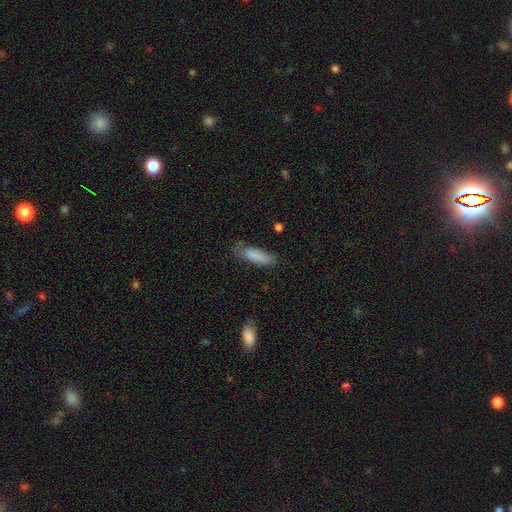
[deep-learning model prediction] Q: Smooth or featured?
A: smooth (85%); runner-up: featured or disk (8%)
Q: How rounded?
A: cigar-shaped (50%); runner-up: in between (48%)
Q: Merging?
A: none (65%); runner-up: minor disturbance (26%)